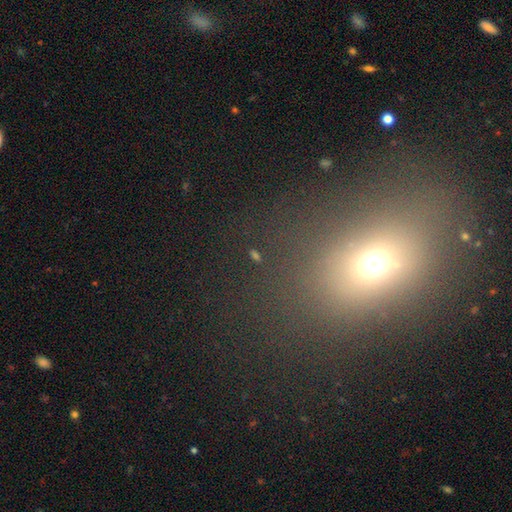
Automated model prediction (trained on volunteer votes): smooth_or_featured: star or artifact (p=0.48) [alt: smooth p=0.40]